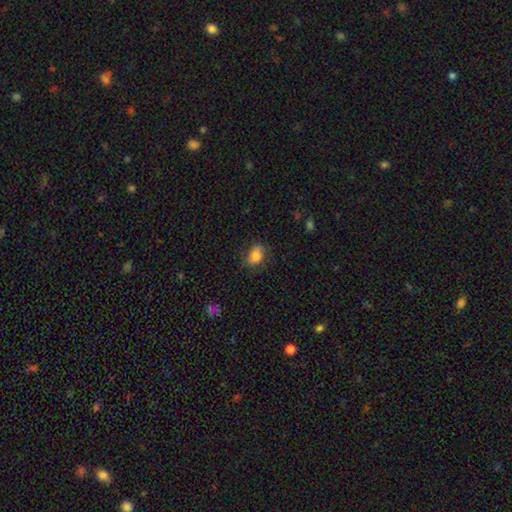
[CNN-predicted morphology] This appears to be a smooth galaxy with no disk features (80%) that is in between round and cigar-shaped (78%). Merging: none (65%).